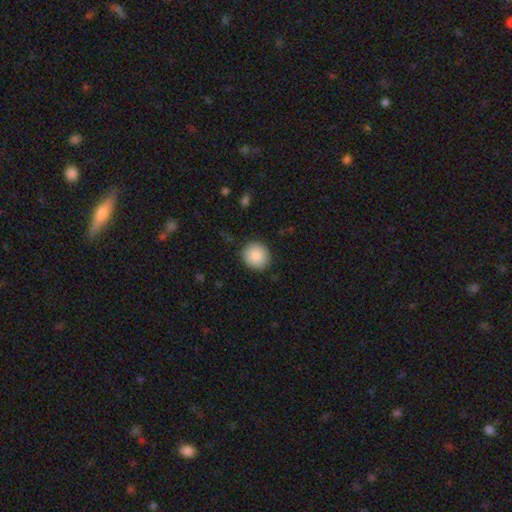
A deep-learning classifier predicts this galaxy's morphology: Smooth or featured: smooth — 88% (star or artifact — 7%)
How rounded: round — 89% (in between — 10%)
Merging: none — 88% (minor disturbance — 9%)